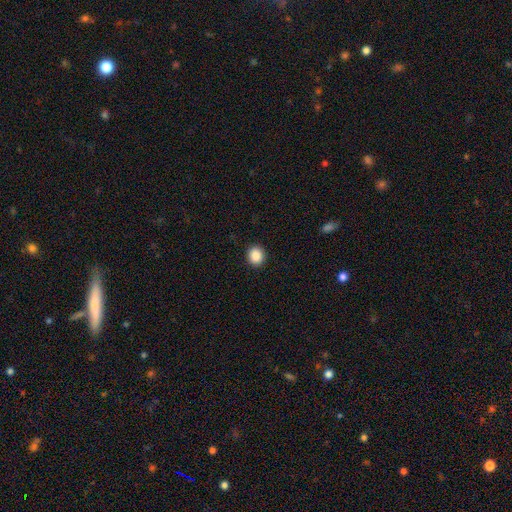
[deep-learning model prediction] Smooth or featured?
  - smooth: 88% *
  - star or artifact: 9%
  - featured or disk: 3%
How rounded?
  - round: 82% *
  - in between: 17%
  - cigar-shaped: 1%
Merging?
  - none: 92% *
  - minor disturbance: 5%
  - major disturbance: 2%
  - merger: 1%